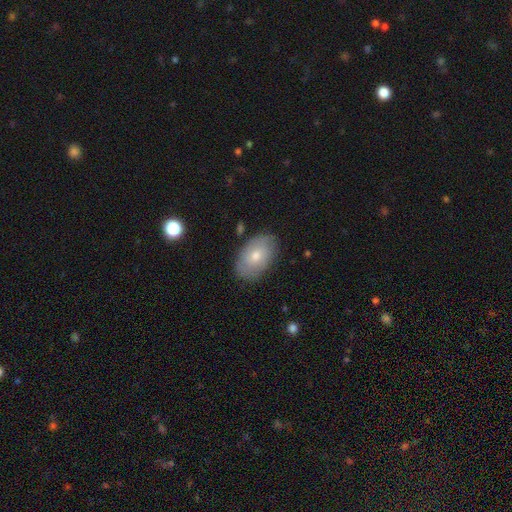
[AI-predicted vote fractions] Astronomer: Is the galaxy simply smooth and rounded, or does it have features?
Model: smooth — 61%.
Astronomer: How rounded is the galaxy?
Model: in between — 91%.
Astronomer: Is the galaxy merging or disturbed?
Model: none — 82%.